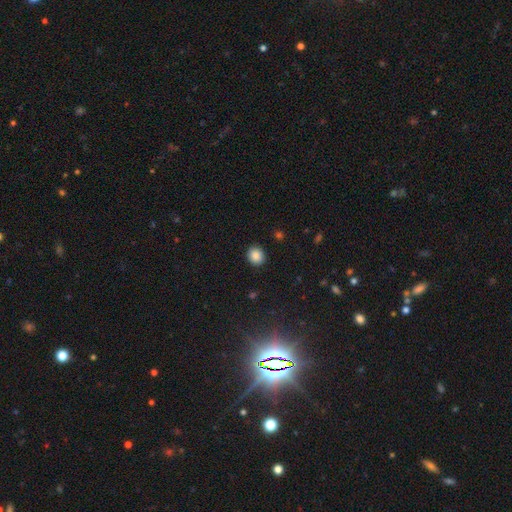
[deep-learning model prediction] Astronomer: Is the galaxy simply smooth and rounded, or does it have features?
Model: smooth — 87%.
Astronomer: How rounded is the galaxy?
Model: round — 76%.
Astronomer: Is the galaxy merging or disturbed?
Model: none — 91%.